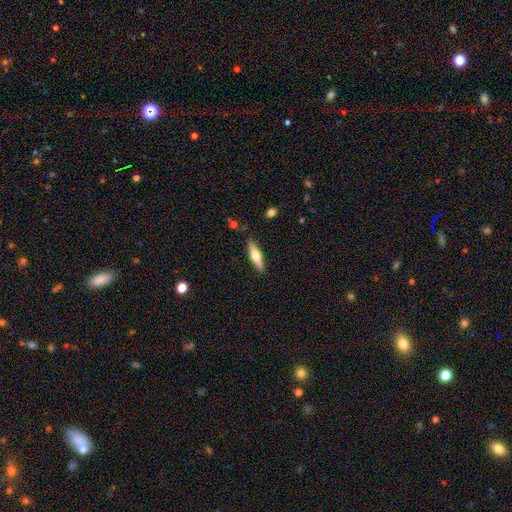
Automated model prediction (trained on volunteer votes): The model was most divided on "smooth or featured": featured or disk: 51%, smooth: 43%, star or artifact: 6%. More confident: edge-on disk — yes (94%); merging — none (89%).